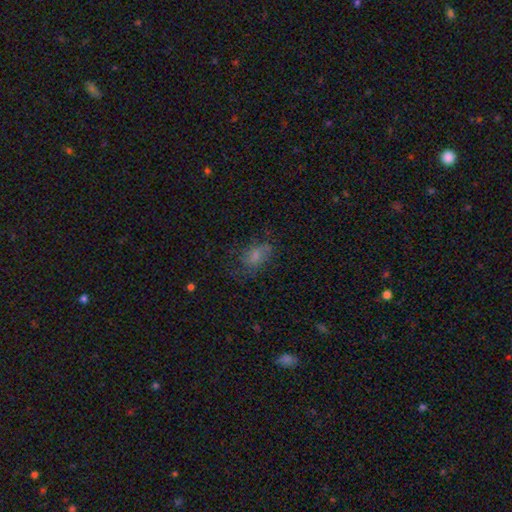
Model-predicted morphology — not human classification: Smooth or featured? smooth (63%)
How rounded? in between (81%)
Merging? none (54%)